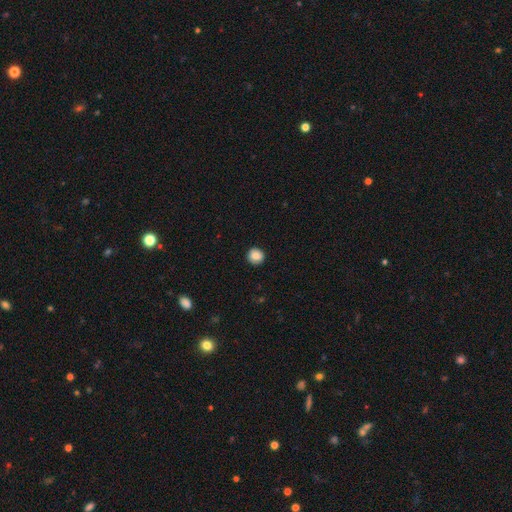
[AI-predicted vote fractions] Q: Smooth or featured?
A: smooth (86%); runner-up: star or artifact (9%)
Q: How rounded?
A: round (92%); runner-up: in between (7%)
Q: Merging?
A: none (91%); runner-up: minor disturbance (6%)